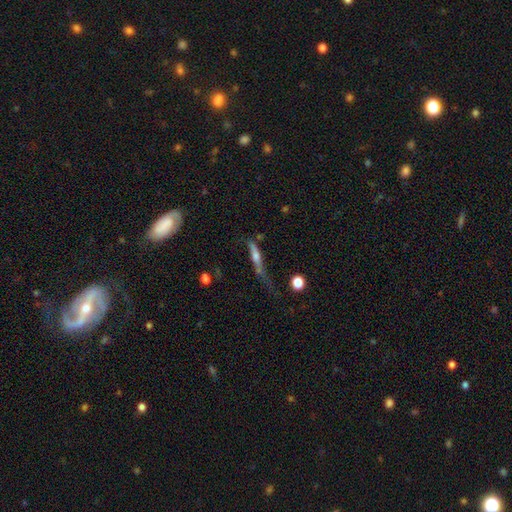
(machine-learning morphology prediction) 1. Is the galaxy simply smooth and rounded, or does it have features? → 52% featured or disk, 37% smooth, 11% star or artifact.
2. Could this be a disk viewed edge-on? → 82% yes, 18% no.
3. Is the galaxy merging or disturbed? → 35% none, 32% major disturbance, 24% minor disturbance, 10% merger.